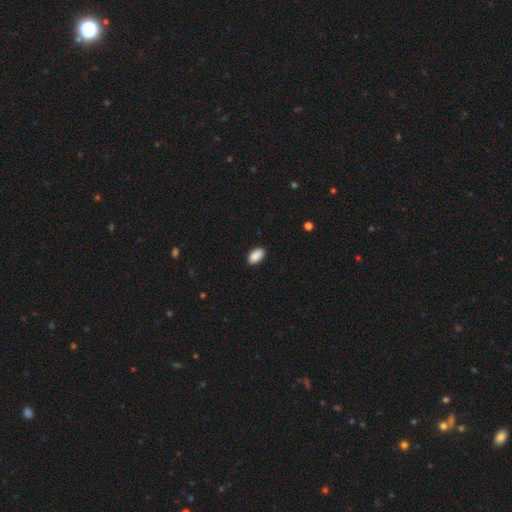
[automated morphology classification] A smooth galaxy with no disk features (90%) that is in between round and cigar-shaped (94%).

Vote fractions:
- Smooth or featured? smooth: 90% / star or artifact: 7% / featured or disk: 3%
- How rounded? in between: 94% / round: 4% / cigar-shaped: 2%
- Merging? none: 89% / minor disturbance: 8% / major disturbance: 2% / merger: 1%